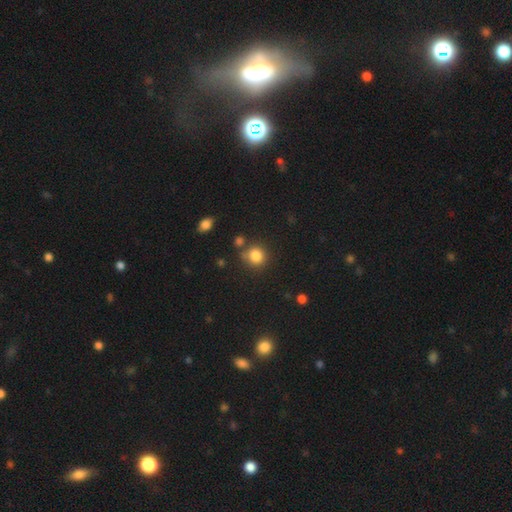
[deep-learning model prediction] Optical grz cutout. It shows a smooth galaxy with no disk features (83%) that is round (85%). Merging: none (73%).